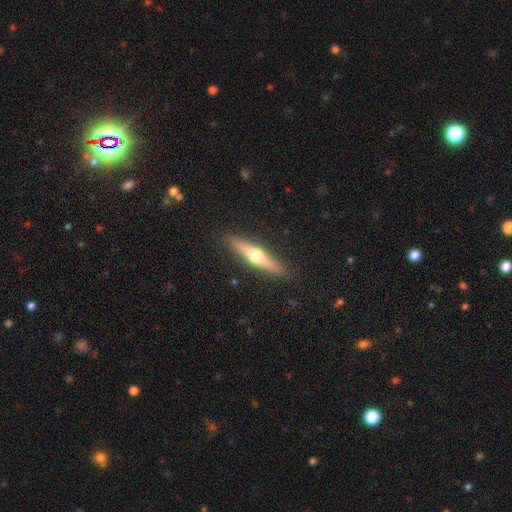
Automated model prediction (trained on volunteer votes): Smooth or featured? Predicted: featured or disk (p=0.63). Edge-on disk? Predicted: yes (p=0.96). Edge-on bulge? Predicted: rounded (p=0.95). Merging? Predicted: none (p=0.90).